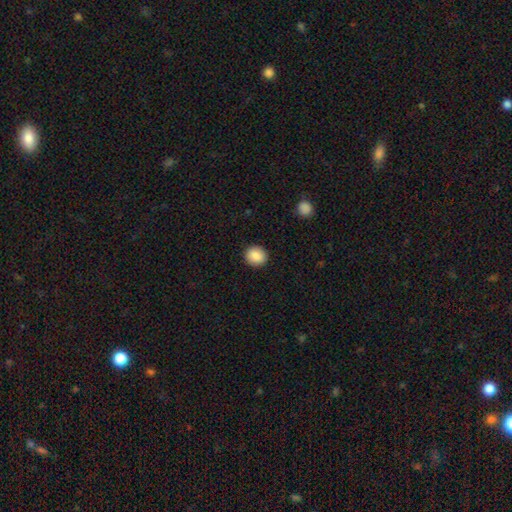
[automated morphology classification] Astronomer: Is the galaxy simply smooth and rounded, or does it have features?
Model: smooth — 89%.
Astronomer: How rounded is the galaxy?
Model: round — 80%.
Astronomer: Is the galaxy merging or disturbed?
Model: none — 91%.